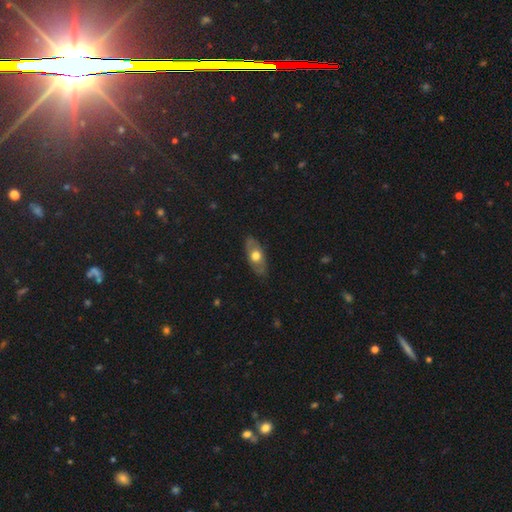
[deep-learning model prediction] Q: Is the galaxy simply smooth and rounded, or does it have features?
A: smooth — 53%.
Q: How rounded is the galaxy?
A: in between — 82%.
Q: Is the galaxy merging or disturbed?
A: none — 82%.